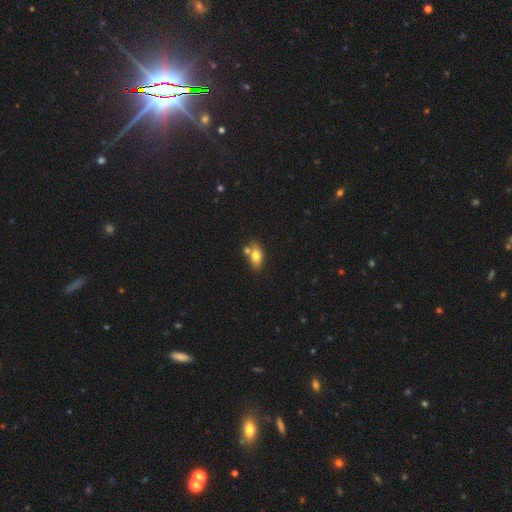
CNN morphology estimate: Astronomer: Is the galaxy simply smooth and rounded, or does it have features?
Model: smooth — 74%.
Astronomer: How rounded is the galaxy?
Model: in between — 85%.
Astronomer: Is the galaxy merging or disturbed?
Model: none — 58%.